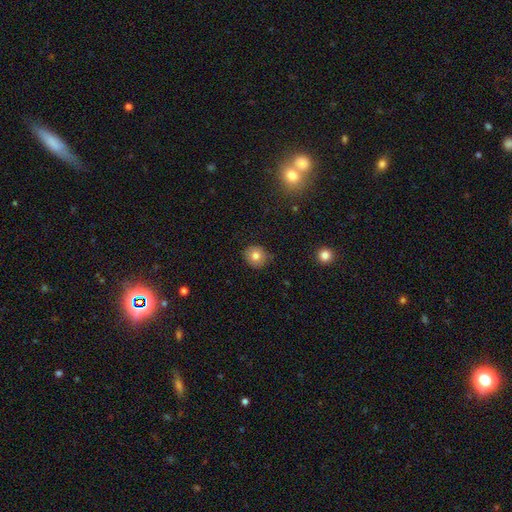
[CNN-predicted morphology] Q: Smooth or featured?
A: smooth (78%); runner-up: featured or disk (11%)
Q: How rounded?
A: round (84%); runner-up: in between (15%)
Q: Merging?
A: none (82%); runner-up: minor disturbance (14%)